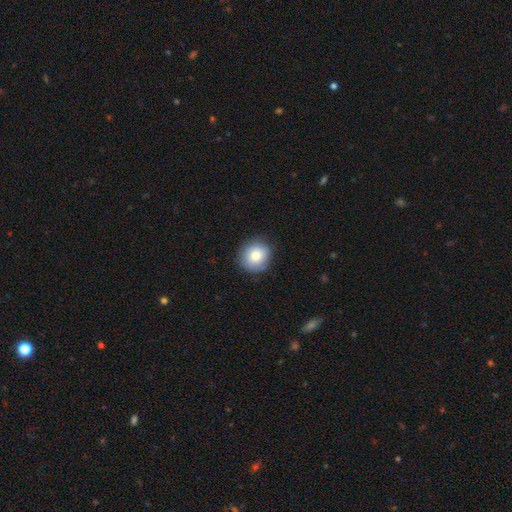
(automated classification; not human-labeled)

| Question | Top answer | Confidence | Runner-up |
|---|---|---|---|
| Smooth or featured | smooth | 79% | featured or disk (12%) |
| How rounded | round | 89% | in between (10%) |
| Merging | none | 85% | minor disturbance (11%) |